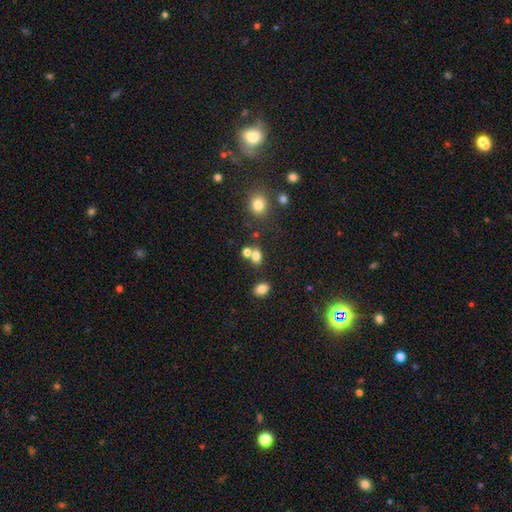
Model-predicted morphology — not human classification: The model was most divided on "how rounded": in between: 56%, round: 42%, cigar-shaped: 2%. More confident: smooth or featured — smooth (77%); merging — none (54%).